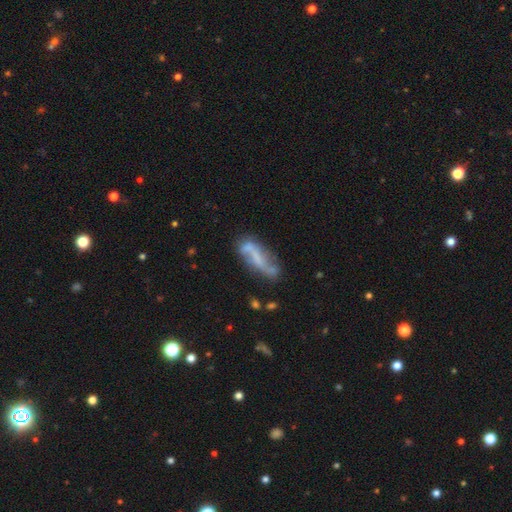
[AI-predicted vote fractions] smooth_or_featured: featured or disk (p=0.62) [alt: smooth p=0.29]
disk_edge_on: no (p=0.84) [alt: yes p=0.16]
bar: no (p=0.42) [alt: weak p=0.34]
has_spiral_arms: yes (p=0.75) [alt: no p=0.25]
bulge_size: none (p=0.58) [alt: small p=0.24]
merging: none (p=0.57) [alt: minor disturbance p=0.23]